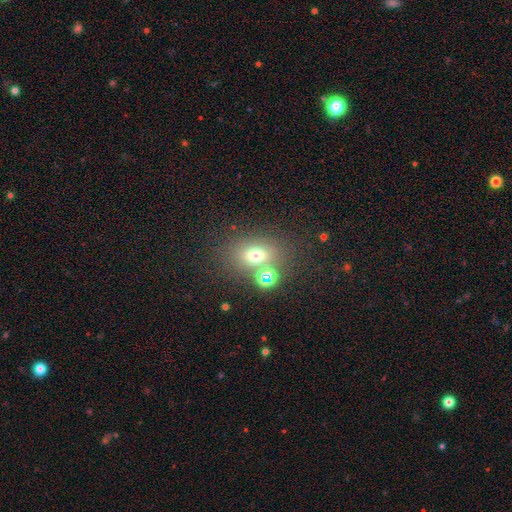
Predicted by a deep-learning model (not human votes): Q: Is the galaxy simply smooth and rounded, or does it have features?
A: smooth — 65%.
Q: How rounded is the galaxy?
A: in between — 56%.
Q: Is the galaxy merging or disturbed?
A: none — 63%.